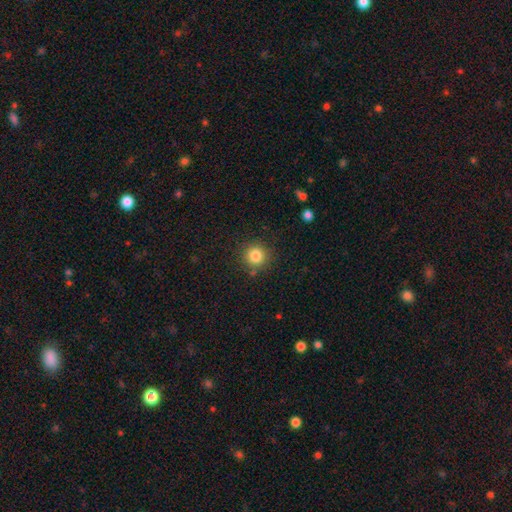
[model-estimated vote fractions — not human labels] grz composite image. It shows a smooth galaxy with no disk features (83%) that is round (93%). Merging: none (85%).